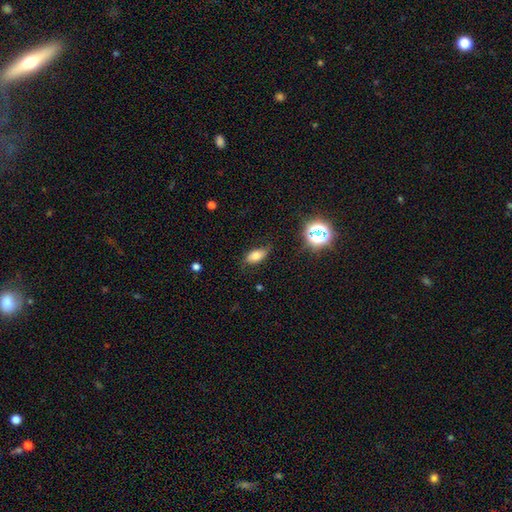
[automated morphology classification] smooth 73%, featured or disk 14%, star or artifact 13%. Down the decision tree: how rounded — in between (87%); merging — none (72%).